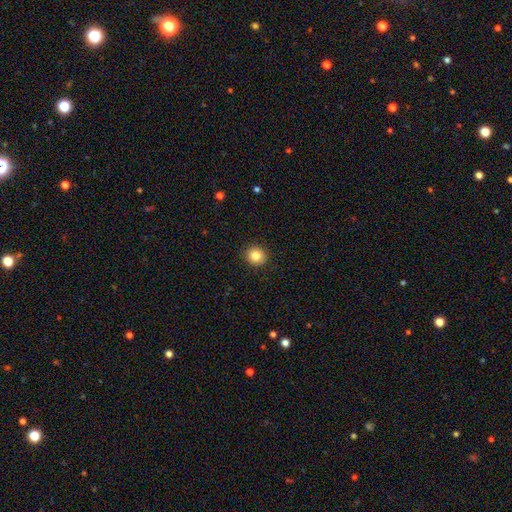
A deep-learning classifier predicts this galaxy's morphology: This is clearly a smooth galaxy (84%). How rounded: clearly round (88%). Merging: clearly none (92%).